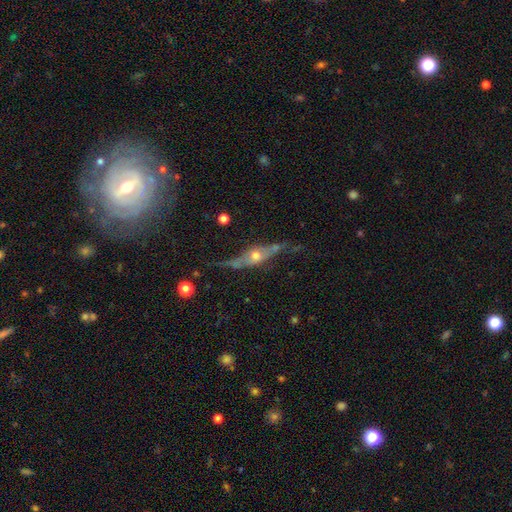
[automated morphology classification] Q: Smooth or featured?
A: featured or disk (79%); runner-up: smooth (13%)
Q: Edge-on disk?
A: yes (74%); runner-up: no (26%)
Q: Edge-on bulge?
A: rounded (90%); runner-up: boxy (6%)
Q: Merging?
A: none (60%); runner-up: minor disturbance (22%)